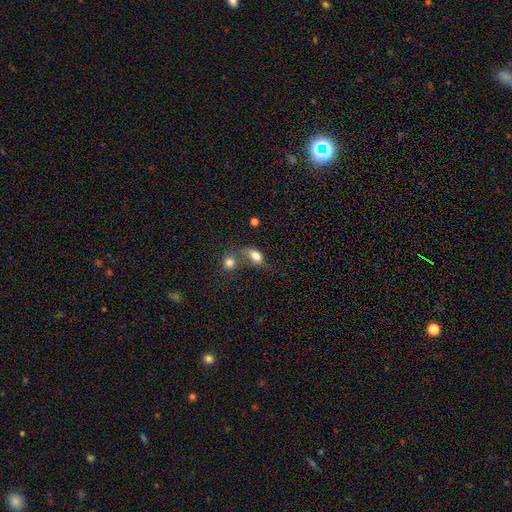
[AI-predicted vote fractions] Q: Smooth or featured?
A: smooth (79%); runner-up: featured or disk (11%)
Q: How rounded?
A: in between (83%); runner-up: round (12%)
Q: Merging?
A: none (38%); runner-up: merger (35%)